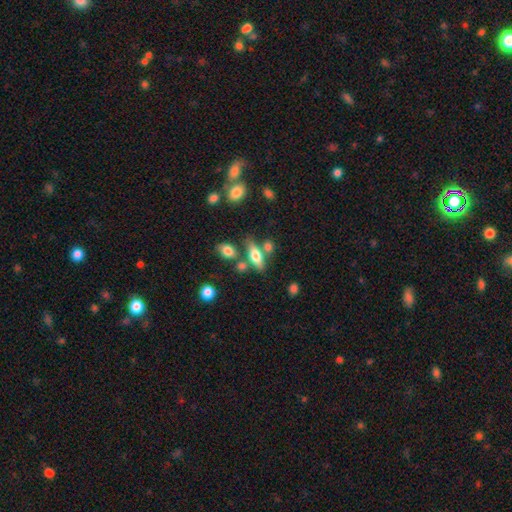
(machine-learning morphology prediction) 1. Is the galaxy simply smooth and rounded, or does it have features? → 59% smooth, 32% featured or disk, 9% star or artifact.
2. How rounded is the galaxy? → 57% in between, 38% cigar-shaped, 4% round.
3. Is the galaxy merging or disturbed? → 65% none, 17% merger, 13% minor disturbance, 5% major disturbance.